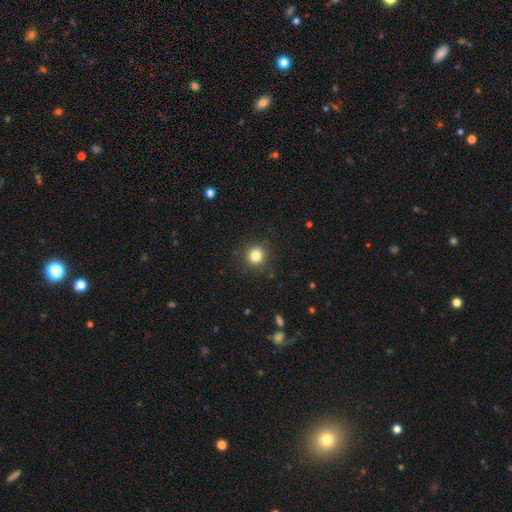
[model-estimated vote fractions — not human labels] Smooth or featured? smooth (83%)
How rounded? round (93%)
Merging? none (89%)